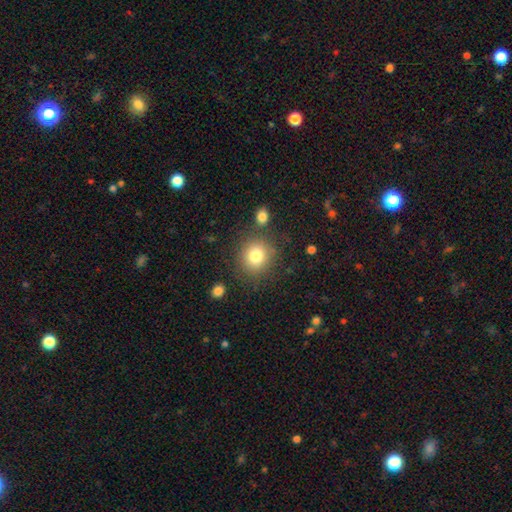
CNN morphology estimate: Smooth or featured? smooth (80%)
How rounded? round (85%)
Merging? none (81%)